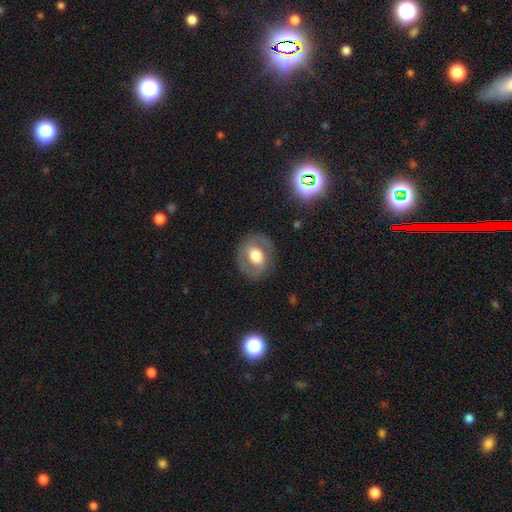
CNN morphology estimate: A featured or disk galaxy (52%). Merging: none (81%).